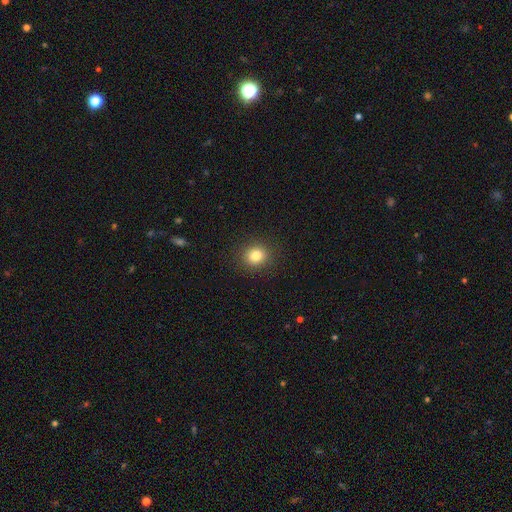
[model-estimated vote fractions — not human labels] Overall: smooth (82%). How rounded: round (80%). Merging: none (90%).